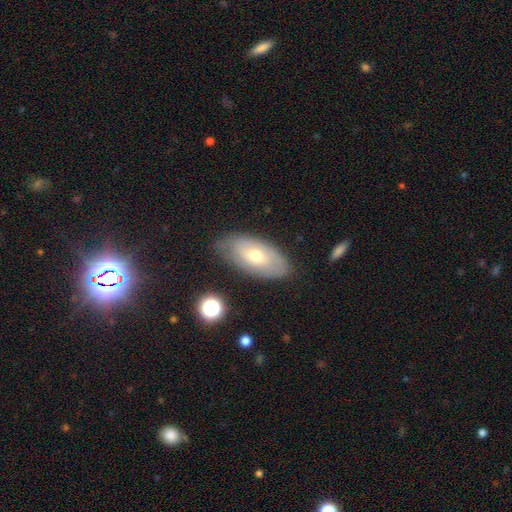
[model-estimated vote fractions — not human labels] Smooth or featured: smooth — 52% (featured or disk — 41%)
How rounded: in between — 91% (cigar-shaped — 6%)
Merging: none — 75% (minor disturbance — 19%)